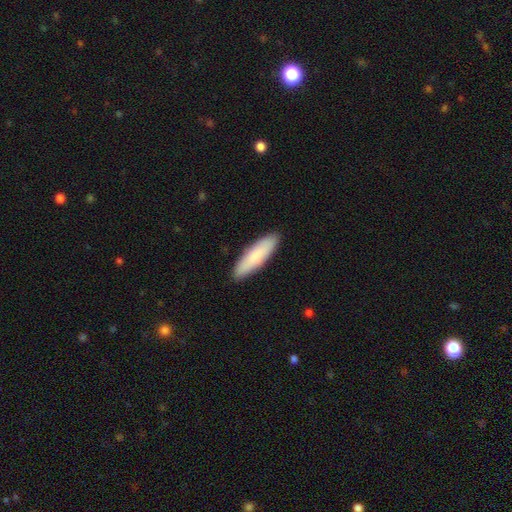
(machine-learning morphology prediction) smooth 83%, featured or disk 12%, star or artifact 5%. Down the decision tree: how rounded — cigar-shaped (65%); merging — none (91%).